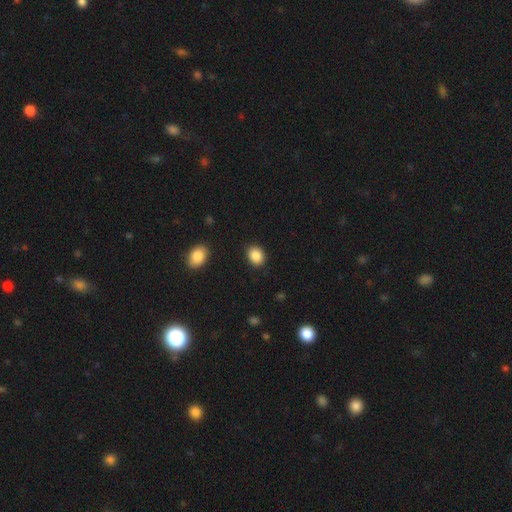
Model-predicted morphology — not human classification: Overall: smooth (88%). How rounded: in between (56%; round 43%). Merging: none (89%).